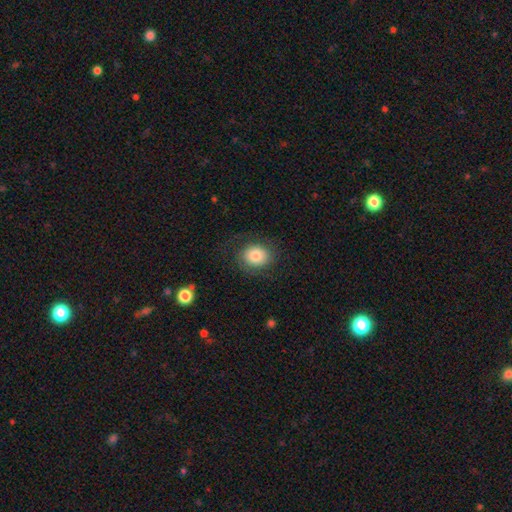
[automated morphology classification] A smooth galaxy with no disk features (77%) that is round (62%). Merging: none (75%).